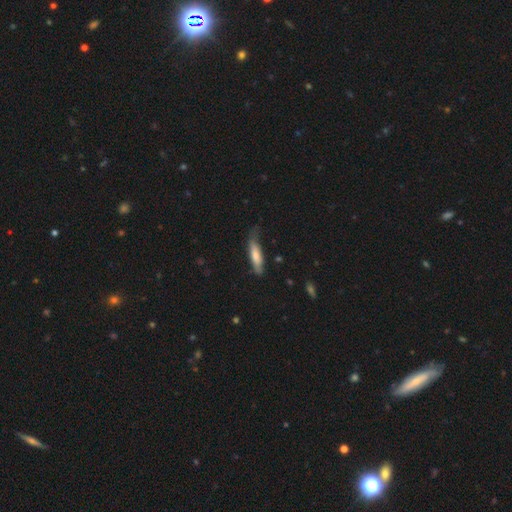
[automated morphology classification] Smooth or featured: smooth — 70% (featured or disk — 24%)
How rounded: cigar-shaped — 70% (in between — 29%)
Merging: none — 55% (minor disturbance — 33%)